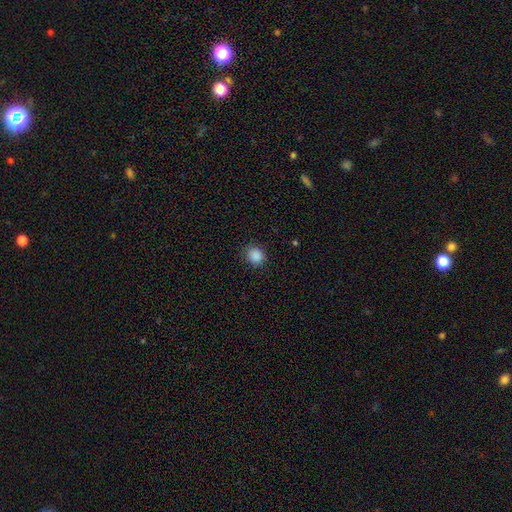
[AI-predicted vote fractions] This is clearly a smooth galaxy (87%). How rounded: clearly round (81%). Merging: clearly none (87%).